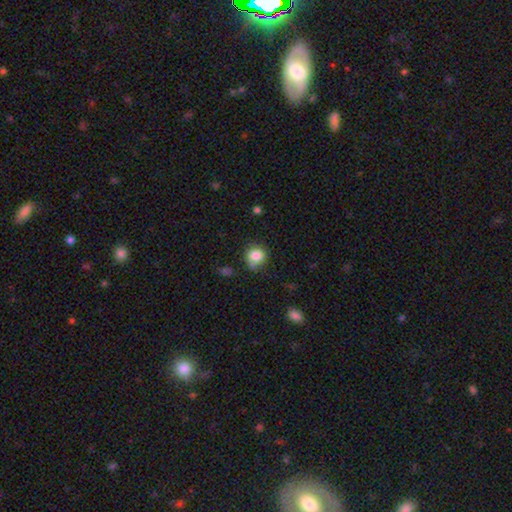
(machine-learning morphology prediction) The model was most divided on "merging": none: 65%, minor disturbance: 23%, major disturbance: 6%, merger: 6%. More confident: smooth or featured — smooth (83%); how rounded — round (80%).